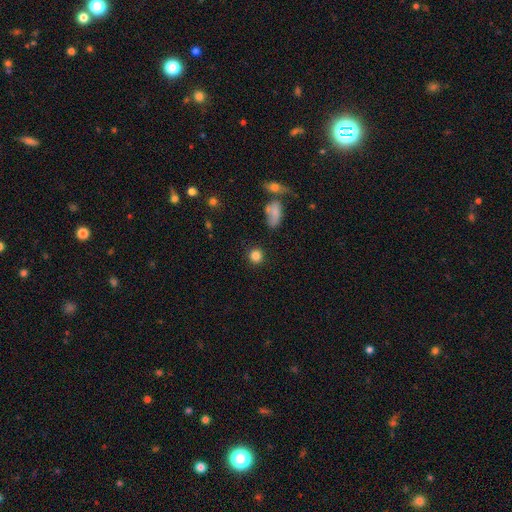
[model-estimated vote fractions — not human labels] This appears to be a smooth galaxy with no disk features (84%) that is round (91%). Merging: none (87%).